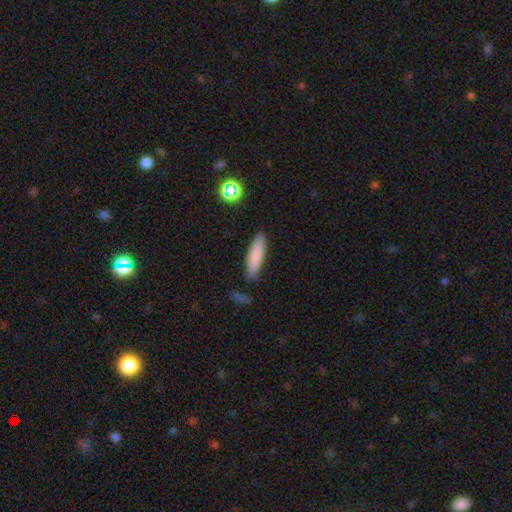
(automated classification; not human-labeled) Smooth or featured: smooth — 84% (featured or disk — 9%)
How rounded: cigar-shaped — 66% (in between — 32%)
Merging: none — 85% (minor disturbance — 10%)